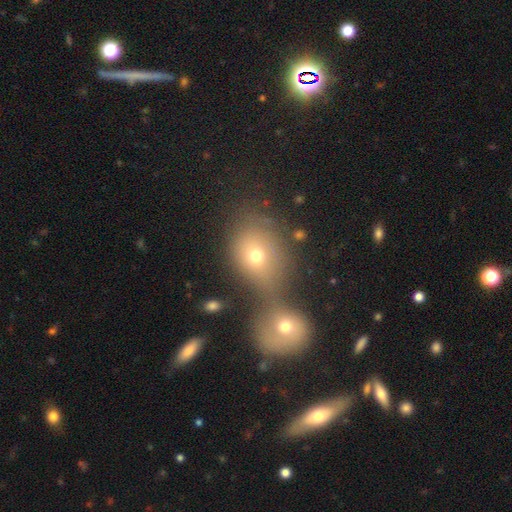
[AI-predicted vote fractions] smooth_or_featured: smooth (p=0.68) [alt: featured or disk p=0.18]
how_rounded: round (p=0.50) [alt: in between p=0.48]
merging: merger (p=0.56) [alt: none p=0.31]